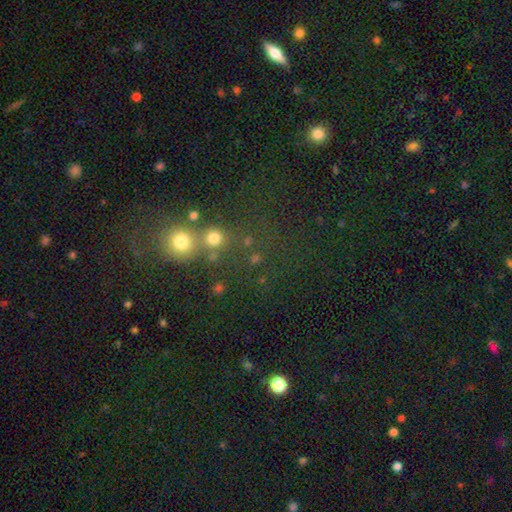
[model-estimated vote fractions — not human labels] Smooth or featured?
  - smooth: 53% *
  - star or artifact: 37%
  - featured or disk: 10%
How rounded?
  - round: 85% *
  - in between: 13%
  - cigar-shaped: 2%
Merging?
  - none: 59% *
  - merger: 28%
  - minor disturbance: 8%
  - major disturbance: 5%